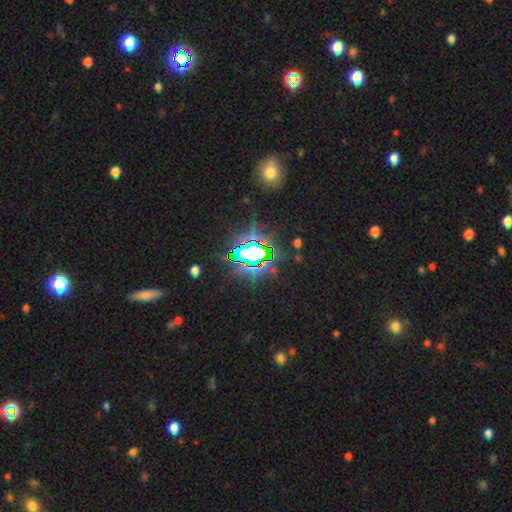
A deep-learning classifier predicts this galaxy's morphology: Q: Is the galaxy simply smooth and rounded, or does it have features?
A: star or artifact — 76%.